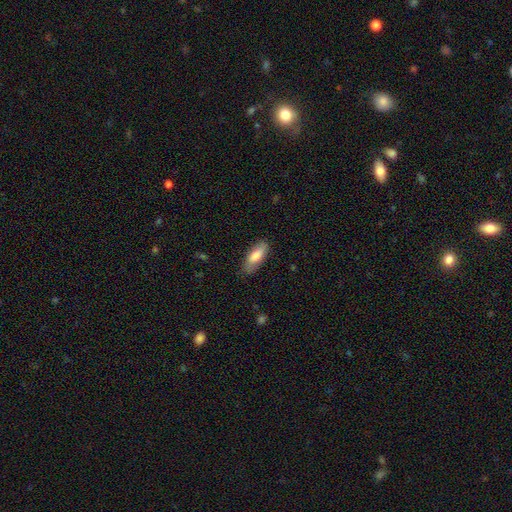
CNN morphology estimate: smooth-or-featured: smooth: 74% | featured or disk: 20% | star or artifact: 6%
  how-rounded: in between: 76% | cigar-shaped: 22% | round: 2%
  merging: none: 80% | minor disturbance: 16% | major disturbance: 3% | merger: 1%